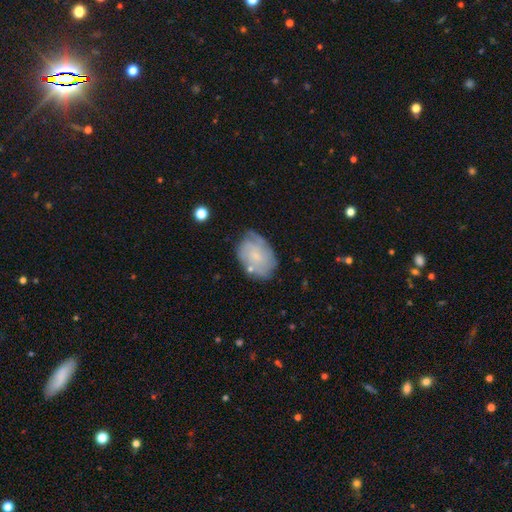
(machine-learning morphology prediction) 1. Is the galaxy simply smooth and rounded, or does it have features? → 49% featured or disk, 44% smooth, 8% star or artifact.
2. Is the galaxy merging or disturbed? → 59% none, 27% minor disturbance, 9% major disturbance, 4% merger.